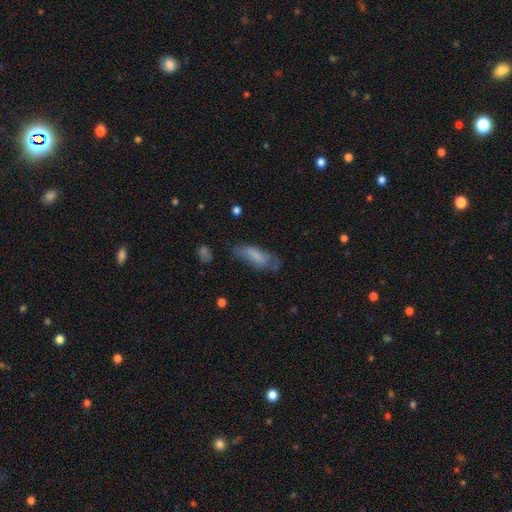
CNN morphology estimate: Q: Smooth or featured?
A: smooth (70%); runner-up: featured or disk (22%)
Q: How rounded?
A: in between (62%); runner-up: cigar-shaped (36%)
Q: Merging?
A: none (55%); runner-up: minor disturbance (28%)